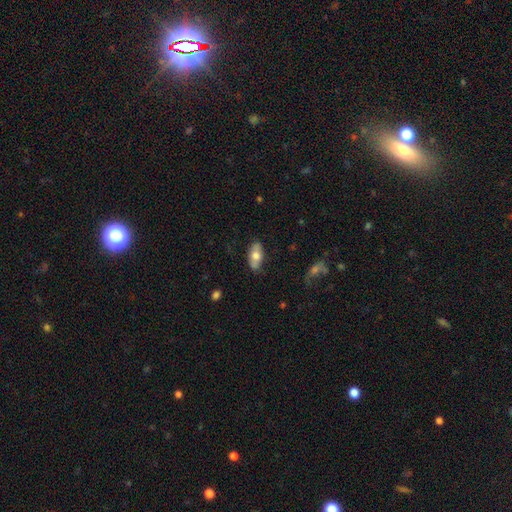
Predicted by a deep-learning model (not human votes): The model was most divided on "smooth or featured": smooth: 65%, featured or disk: 29%, star or artifact: 6%. More confident: how rounded — in between (89%); merging — none (81%).